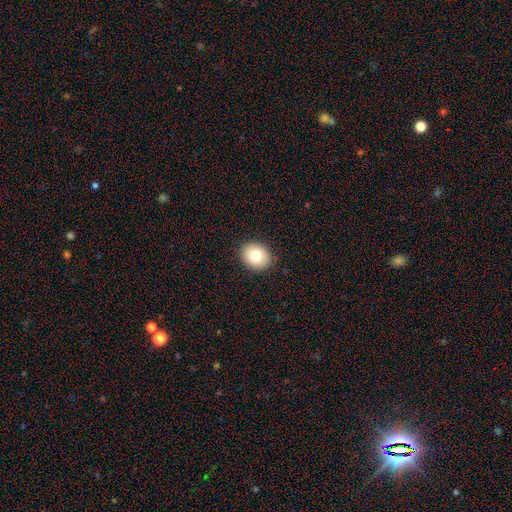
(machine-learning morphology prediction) The model was most divided on "how rounded": round: 59%, in between: 41%, cigar-shaped: 1%. More confident: merging — none (89%); smooth or featured — smooth (79%).